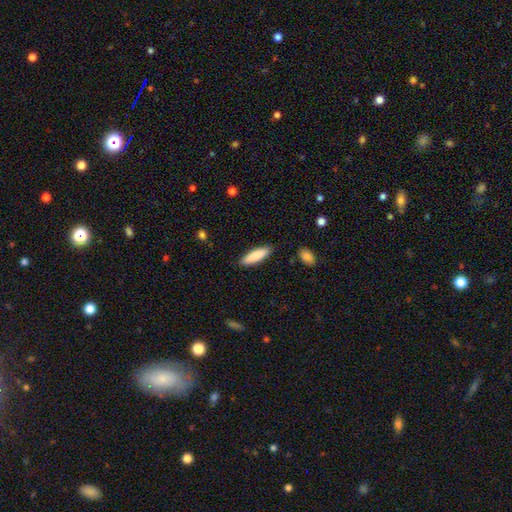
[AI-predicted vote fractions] A smooth galaxy with no disk features (85%) that is cigar-shaped (64%).

Vote fractions:
- Smooth or featured? smooth: 85% / featured or disk: 10% / star or artifact: 6%
- How rounded? cigar-shaped: 64% / in between: 34% / round: 1%
- Merging? none: 88% / minor disturbance: 8% / major disturbance: 2% / merger: 2%